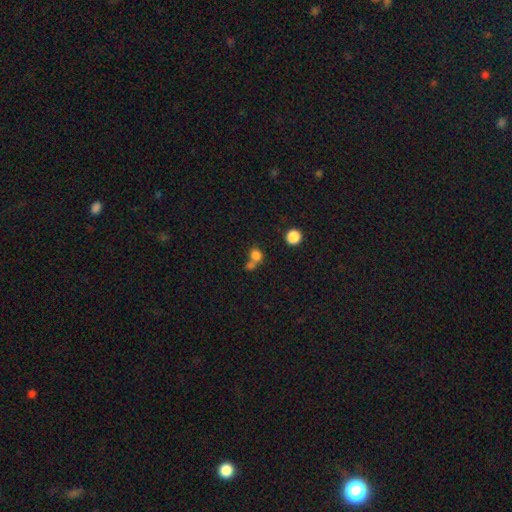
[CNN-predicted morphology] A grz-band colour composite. It shows a smooth galaxy with no disk features (80%) that is round (73%). Merging: merger (50%).